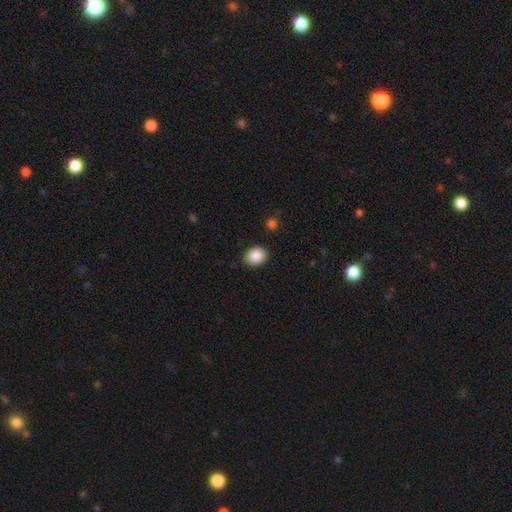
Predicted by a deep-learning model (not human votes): The model was most divided on "how rounded": in between: 53%, round: 46%, cigar-shaped: 1%. More confident: merging — none (88%); smooth or featured — smooth (87%).